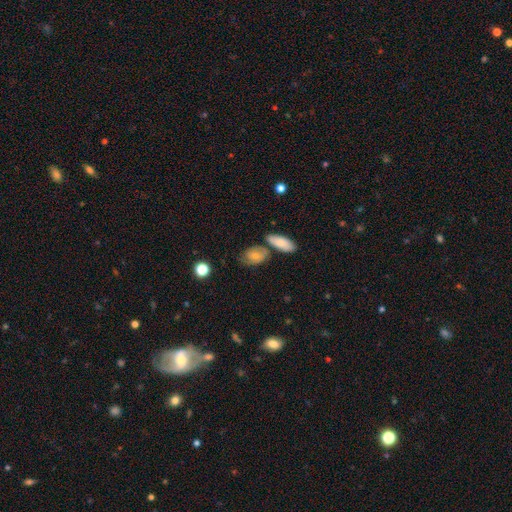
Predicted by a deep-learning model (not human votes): A smooth galaxy with no disk features (63%) that is in between round and cigar-shaped (76%).

Vote fractions:
- Smooth or featured? smooth: 63% / featured or disk: 29% / star or artifact: 8%
- How rounded? in between: 76% / round: 21% / cigar-shaped: 4%
- Merging? none: 50% / minor disturbance: 22% / merger: 18% / major disturbance: 9%